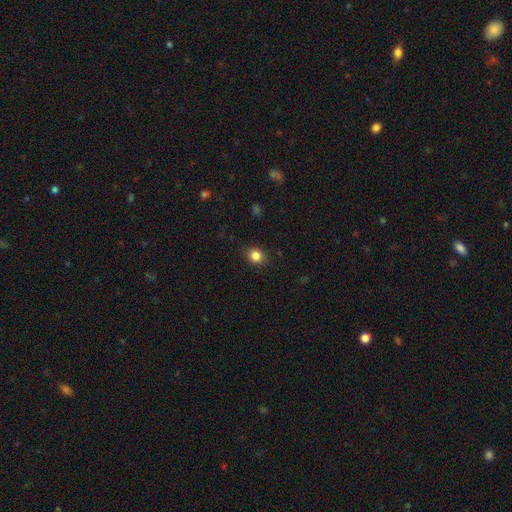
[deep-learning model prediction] Morphology: type=smooth (84%); roundness=round (80%); merging=none (90%).